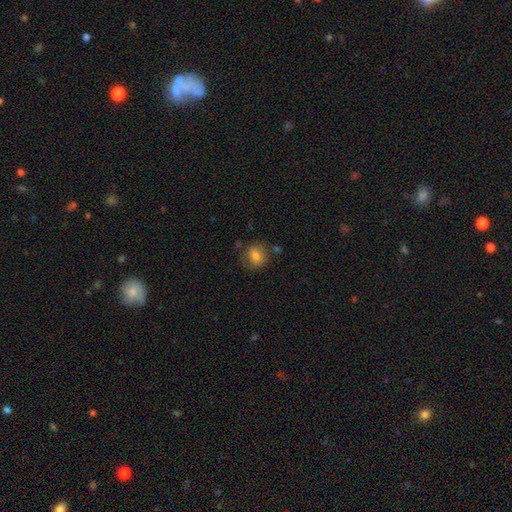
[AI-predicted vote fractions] The model was most divided on "how rounded": round: 65%, in between: 33%, cigar-shaped: 1%. More confident: smooth or featured — smooth (78%); merging — none (74%).